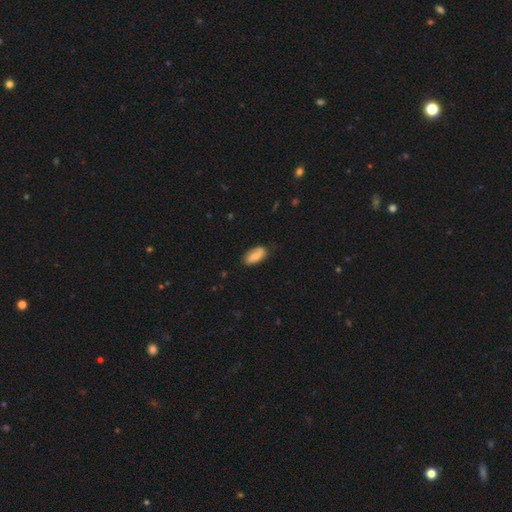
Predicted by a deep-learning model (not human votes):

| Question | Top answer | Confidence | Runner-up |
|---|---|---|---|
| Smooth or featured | smooth | 72% | featured or disk (21%) |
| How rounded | in between | 89% | cigar-shaped (9%) |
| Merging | none | 75% | minor disturbance (19%) |